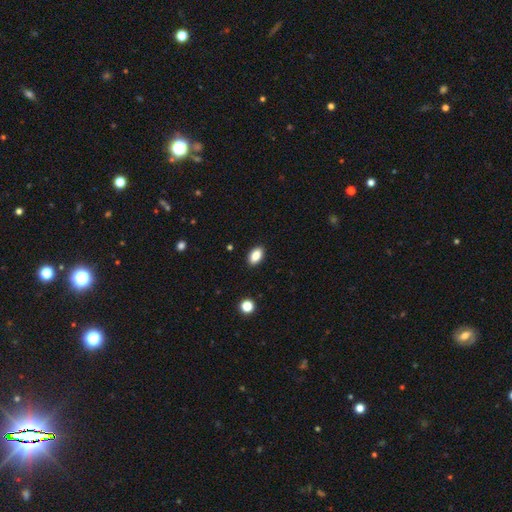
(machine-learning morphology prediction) Q: Smooth or featured?
A: smooth (87%); runner-up: star or artifact (9%)
Q: How rounded?
A: in between (91%); runner-up: round (7%)
Q: Merging?
A: none (90%); runner-up: minor disturbance (7%)